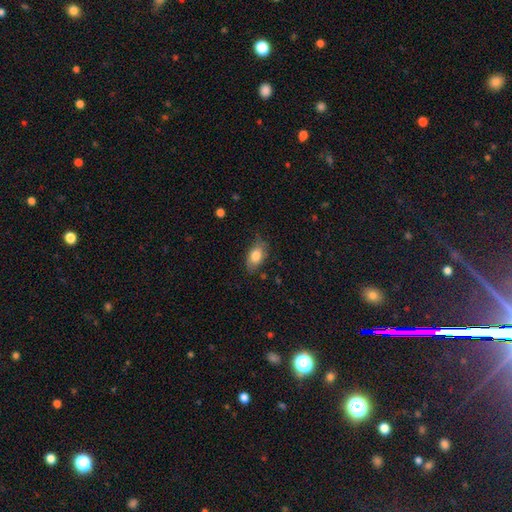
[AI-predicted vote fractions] This is likely a smooth galaxy (80%). How rounded: clearly in between (89%). Merging: likely none (72%).